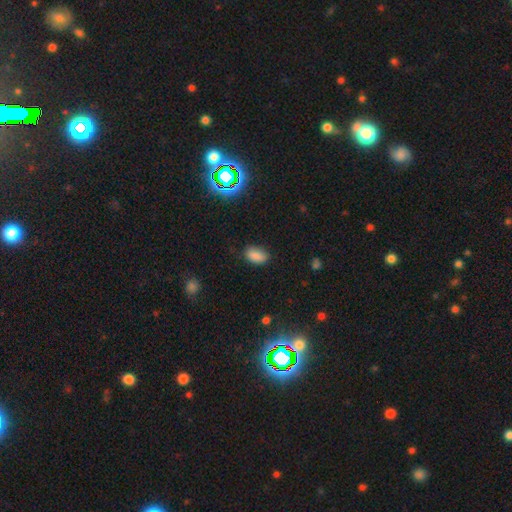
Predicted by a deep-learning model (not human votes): Smooth or featured?
  - smooth: 84% *
  - star or artifact: 11%
  - featured or disk: 4%
How rounded?
  - in between: 91% *
  - round: 7%
  - cigar-shaped: 2%
Merging?
  - none: 80% *
  - minor disturbance: 16%
  - major disturbance: 3%
  - merger: 1%